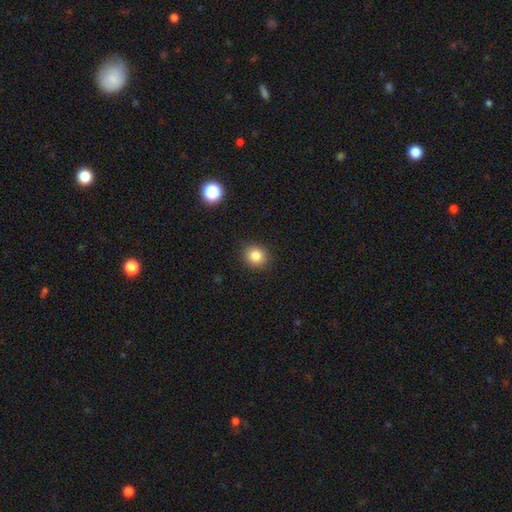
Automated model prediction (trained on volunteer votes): A smooth galaxy with no disk features (84%) that is round (80%). Merging: none (89%).